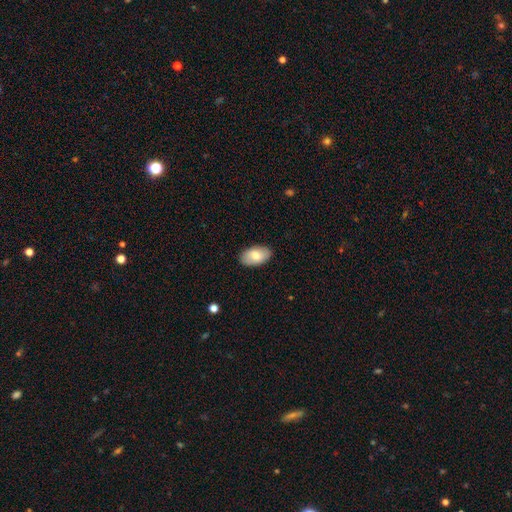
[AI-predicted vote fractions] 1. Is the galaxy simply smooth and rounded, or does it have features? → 79% smooth, 15% featured or disk, 6% star or artifact.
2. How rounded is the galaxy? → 94% in between, 4% round, 1% cigar-shaped.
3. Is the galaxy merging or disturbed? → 87% none, 10% minor disturbance, 2% major disturbance, 1% merger.